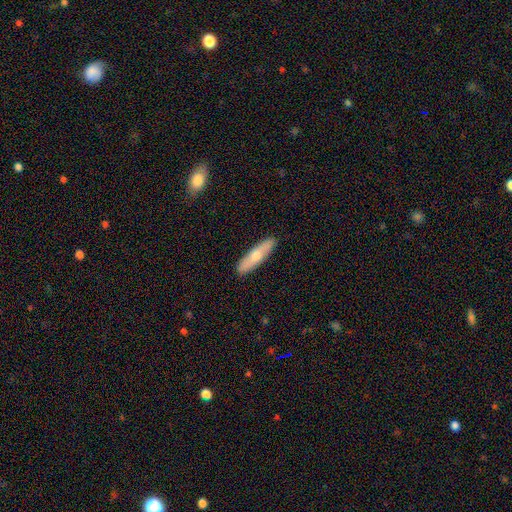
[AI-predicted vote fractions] Smooth or featured? Predicted: smooth (p=0.63). How rounded? Predicted: cigar-shaped (p=0.73). Merging? Predicted: none (p=0.89).